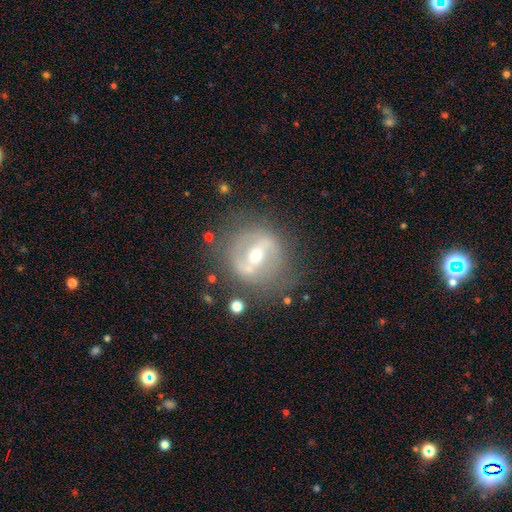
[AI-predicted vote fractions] This is likely a featured or disk galaxy (80%). It is clearly not viewed edge-on (94%). Bar: possibly strong (59%). Spiral arm pattern: likely yes (67%). Spiral arm count: clearly 2 (81%). Spiral winding: marginally medium (43%). Central bulge: possibly moderate (58%). Merging: likely none (75%).